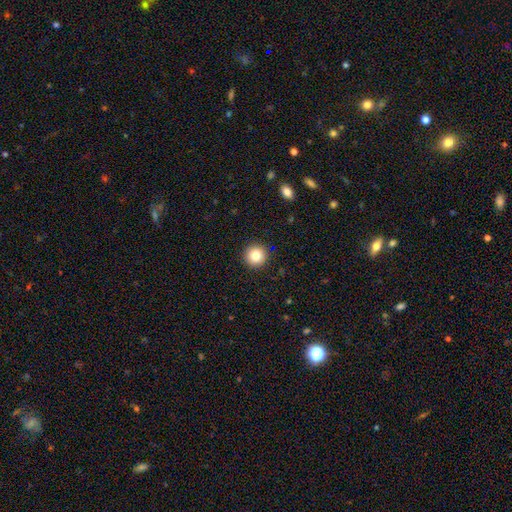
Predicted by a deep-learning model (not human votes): smooth_or_featured: smooth (p=0.81) [alt: star or artifact p=0.10]
how_rounded: round (p=0.96) [alt: in between p=0.03]
merging: none (p=0.92) [alt: minor disturbance p=0.05]